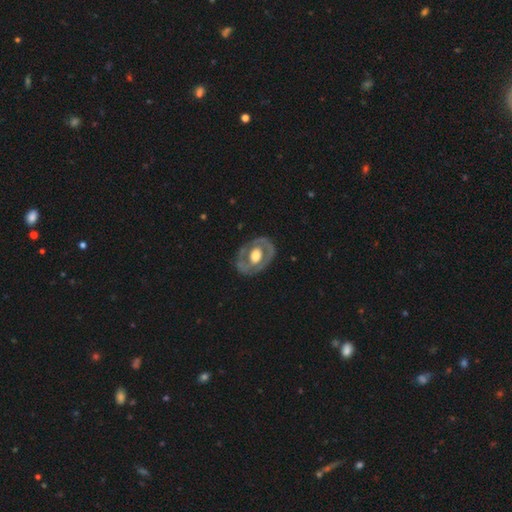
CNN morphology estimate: Q: Smooth or featured?
A: featured or disk (67%); runner-up: smooth (28%)
Q: Edge-on disk?
A: no (94%); runner-up: yes (6%)
Q: Bar?
A: no (74%); runner-up: weak (19%)
Q: Spiral arms?
A: no (72%); runner-up: yes (28%)
Q: Bulge size?
A: moderate (47%); runner-up: large (45%)
Q: Merging?
A: none (75%); runner-up: minor disturbance (17%)